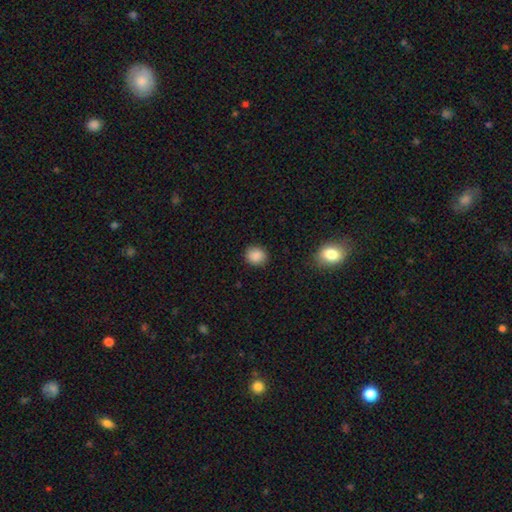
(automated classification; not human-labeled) A smooth galaxy with no disk features (88%) that is round (74%).

Vote fractions:
- Smooth or featured? smooth: 88% / star or artifact: 9% / featured or disk: 3%
- How rounded? round: 74% / in between: 25% / cigar-shaped: 1%
- Merging? none: 88% / minor disturbance: 8% / major disturbance: 2% / merger: 1%